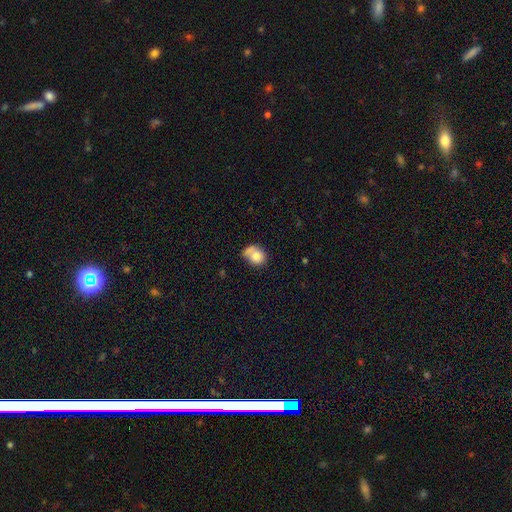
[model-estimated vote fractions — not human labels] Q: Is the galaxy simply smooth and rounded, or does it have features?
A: smooth — 76%.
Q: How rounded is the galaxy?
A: round — 56%.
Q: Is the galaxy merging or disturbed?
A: none — 38%.